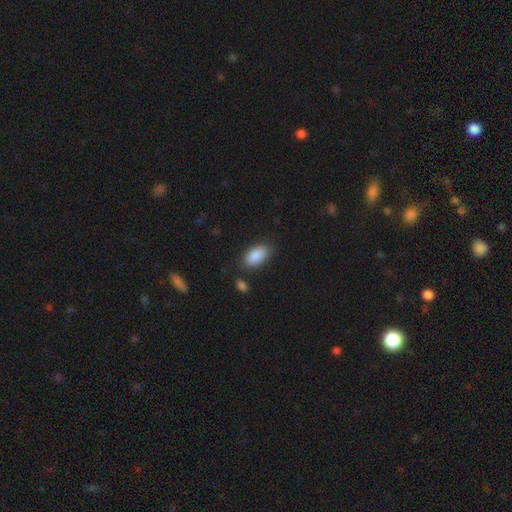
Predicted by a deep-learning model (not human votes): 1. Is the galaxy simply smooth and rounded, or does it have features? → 89% smooth, 6% star or artifact, 4% featured or disk.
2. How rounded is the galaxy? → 93% in between, 4% round, 3% cigar-shaped.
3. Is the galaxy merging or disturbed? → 79% none, 13% minor disturbance, 4% major disturbance, 4% merger.